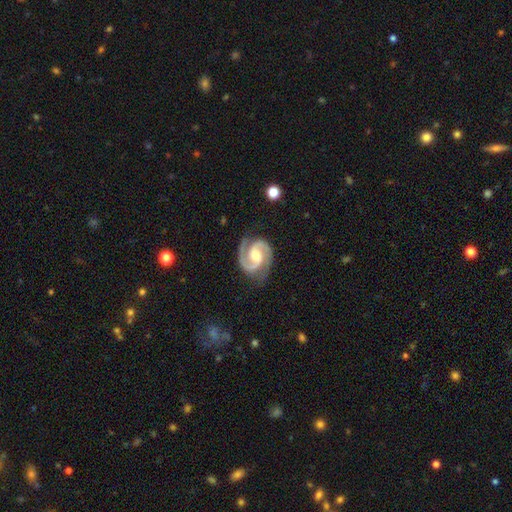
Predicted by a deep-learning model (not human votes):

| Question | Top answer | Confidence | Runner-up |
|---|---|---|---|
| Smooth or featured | featured or disk | 94% | star or artifact (3%) |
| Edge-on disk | no | 98% | yes (2%) |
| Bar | weak | 43% | no (39%) |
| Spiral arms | yes | 99% | no (1%) |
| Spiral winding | medium | 56% | tight (36%) |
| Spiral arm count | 2 | 94% | can't tell (1%) |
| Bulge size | moderate | 67% | small (26%) |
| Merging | none | 81% | minor disturbance (14%) |